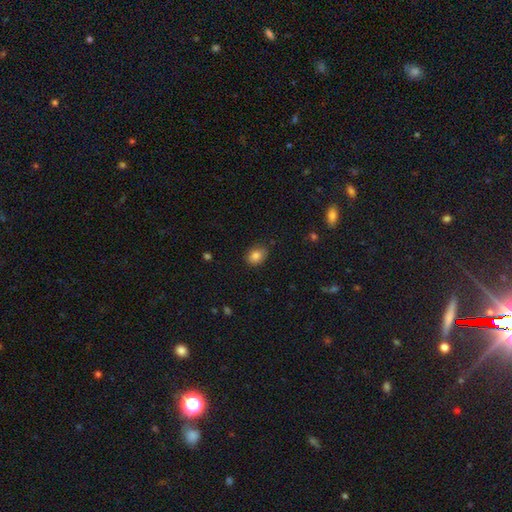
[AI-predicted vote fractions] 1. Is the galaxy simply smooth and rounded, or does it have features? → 84% smooth, 9% star or artifact, 6% featured or disk.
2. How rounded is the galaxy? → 62% in between, 37% round, 1% cigar-shaped.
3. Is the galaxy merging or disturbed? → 77% none, 18% minor disturbance, 3% major disturbance, 1% merger.